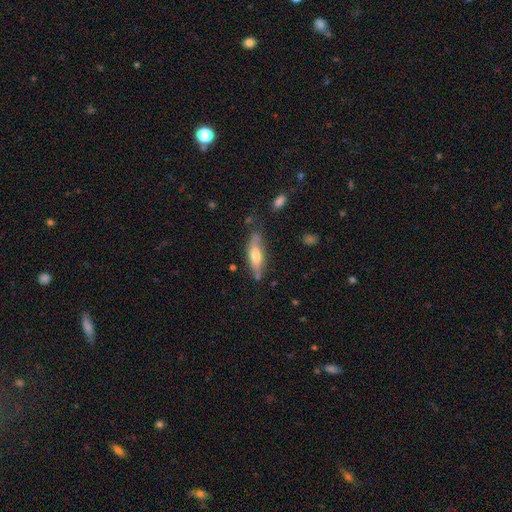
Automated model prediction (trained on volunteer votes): A smooth galaxy with no disk features (56%) that is cigar-shaped (49%, tied with in between).

Vote fractions:
- Smooth or featured? smooth: 56% / featured or disk: 38% / star or artifact: 6%
- How rounded? cigar-shaped: 49% (tied) / in between: 49% (tied) / round: 2%
- Merging? none: 62% / minor disturbance: 25% / major disturbance: 7% / merger: 6%